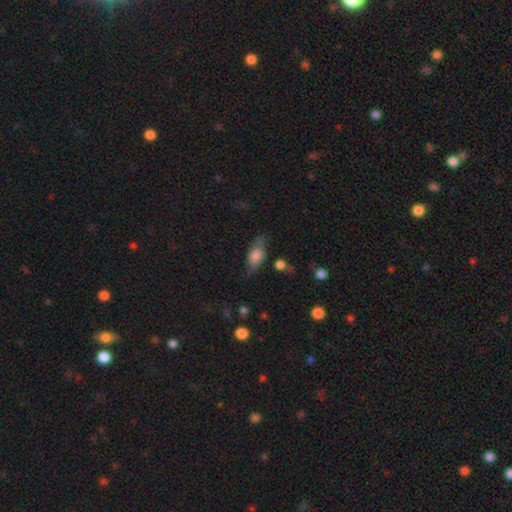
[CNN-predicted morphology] type=smooth (68%); roundness=in between (80%); merging=none (64%).